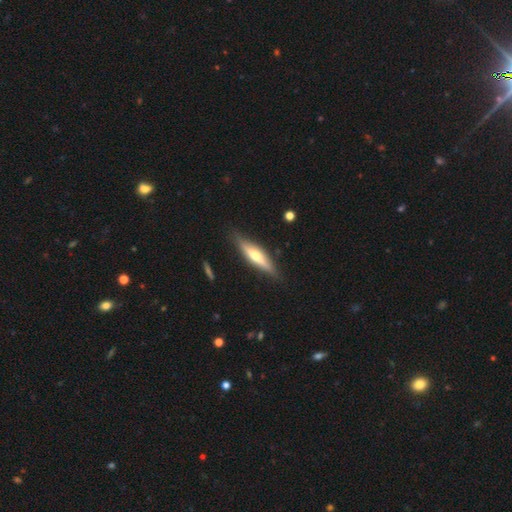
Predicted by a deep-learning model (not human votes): Smooth or featured? featured or disk (60%)
Edge-on disk? yes (92%)
Edge-on bulge? rounded (83%)
Merging? none (83%)